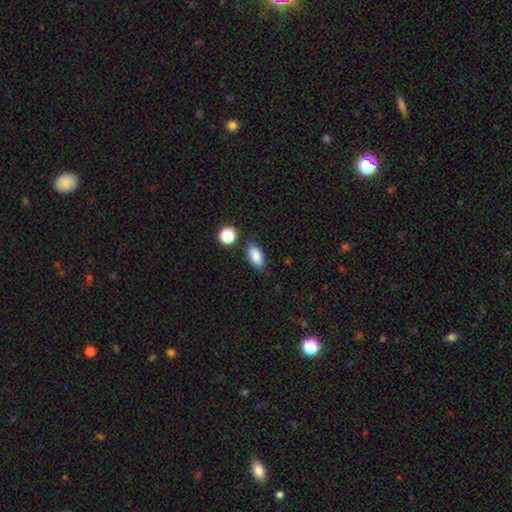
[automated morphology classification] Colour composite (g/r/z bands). It shows a smooth galaxy with no disk features (87%) that is in between round and cigar-shaped (90%). Merging: none (81%).